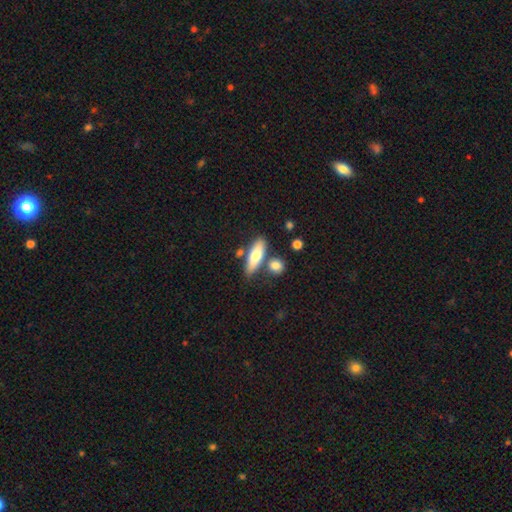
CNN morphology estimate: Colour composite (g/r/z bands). It shows a smooth galaxy with no disk features (69%) that is in between round and cigar-shaped (51%). Merging: none (69%).